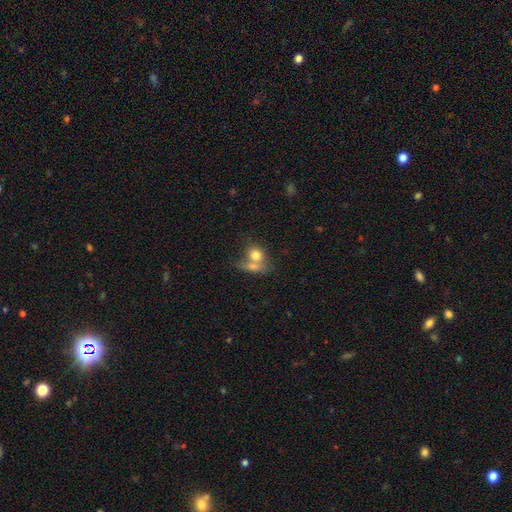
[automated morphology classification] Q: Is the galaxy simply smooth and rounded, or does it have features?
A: smooth — 75%.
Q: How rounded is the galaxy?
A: round — 56%.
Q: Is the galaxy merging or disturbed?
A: merger — 59%.